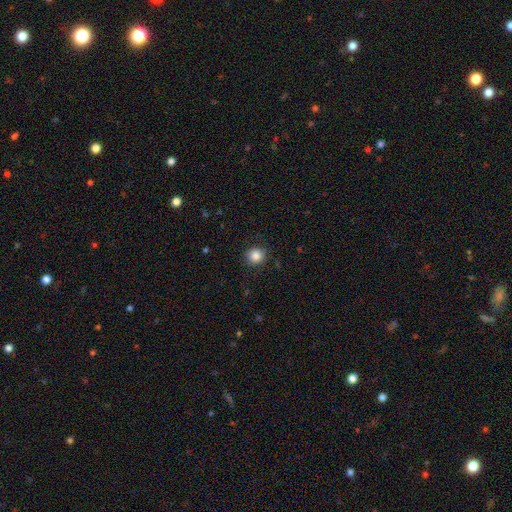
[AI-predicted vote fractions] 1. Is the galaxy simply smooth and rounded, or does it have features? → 85% smooth, 10% star or artifact, 5% featured or disk.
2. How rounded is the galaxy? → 90% round, 9% in between, 1% cigar-shaped.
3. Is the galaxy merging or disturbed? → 90% none, 7% minor disturbance, 2% major disturbance, 1% merger.